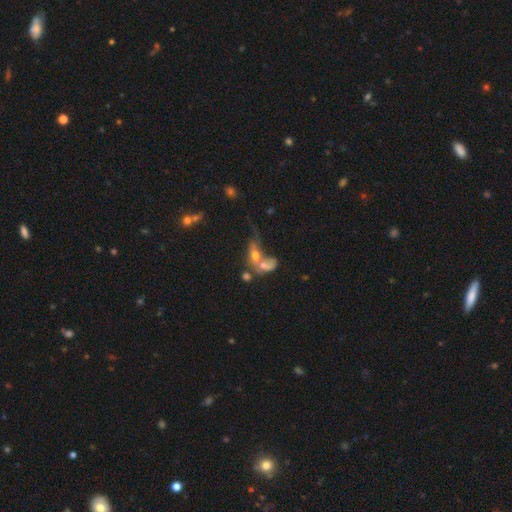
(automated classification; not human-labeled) smooth-or-featured: smooth: 51% | featured or disk: 35% | star or artifact: 14%
  how-rounded: in between: 68% | round: 23% | cigar-shaped: 9%
  merging: merger: 66% | major disturbance: 14% | none: 13% | minor disturbance: 8%